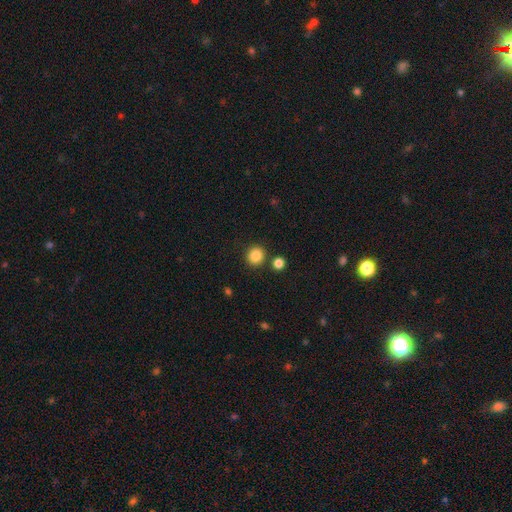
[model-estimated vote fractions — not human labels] smooth 86%, star or artifact 11%, featured or disk 4%. Down the decision tree: how rounded — round (87%); merging — none (83%).